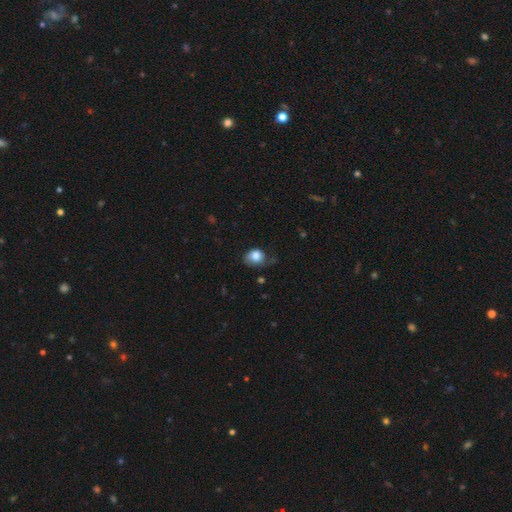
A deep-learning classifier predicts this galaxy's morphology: Smooth or featured: smooth — 79% (featured or disk — 13%)
How rounded: round — 54% (in between — 46%)
Merging: none — 46% (minor disturbance — 34%)